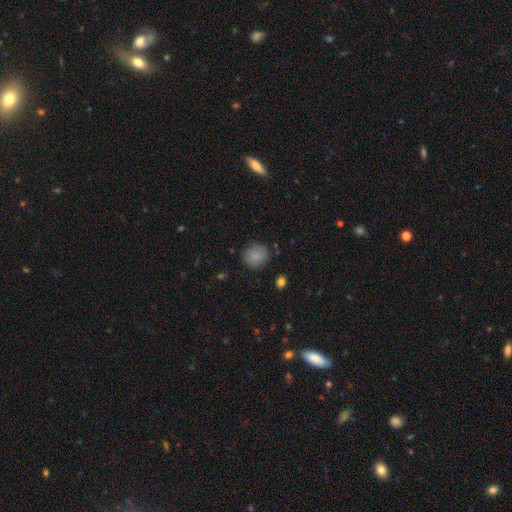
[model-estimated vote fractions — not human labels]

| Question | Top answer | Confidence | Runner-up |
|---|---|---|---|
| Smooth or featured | smooth | 85% | star or artifact (9%) |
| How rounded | round | 88% | in between (11%) |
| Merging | none | 85% | minor disturbance (11%) |